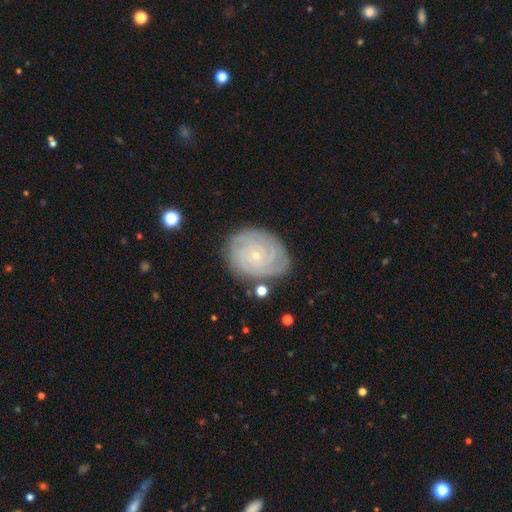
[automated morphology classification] Smooth or featured: featured or disk — 83% (smooth — 11%)
Edge-on disk: no — 97% (yes — 3%)
Bar: no — 82% (weak — 15%)
Spiral arms: yes — 96% (no — 4%)
Spiral winding: tight — 83% (medium — 14%)
Spiral arm count: can't tell — 27% (4 — 23%)
Bulge size: small — 86% (moderate — 11%)
Merging: none — 80% (minor disturbance — 14%)